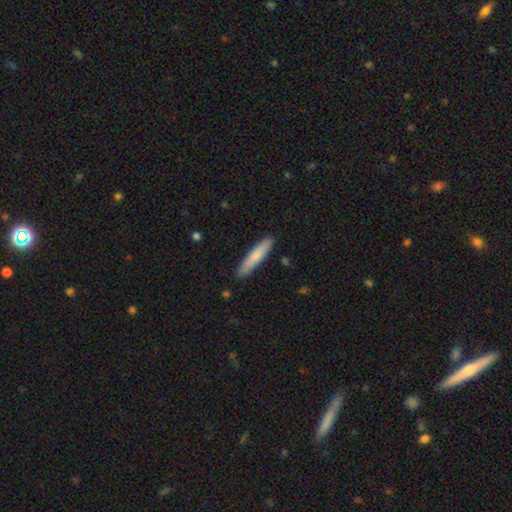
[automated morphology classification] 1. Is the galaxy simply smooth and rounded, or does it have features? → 76% smooth, 18% featured or disk, 5% star or artifact.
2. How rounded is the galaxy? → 89% cigar-shaped, 10% in between, 1% round.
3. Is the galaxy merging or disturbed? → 88% none, 9% minor disturbance, 2% major disturbance, 1% merger.